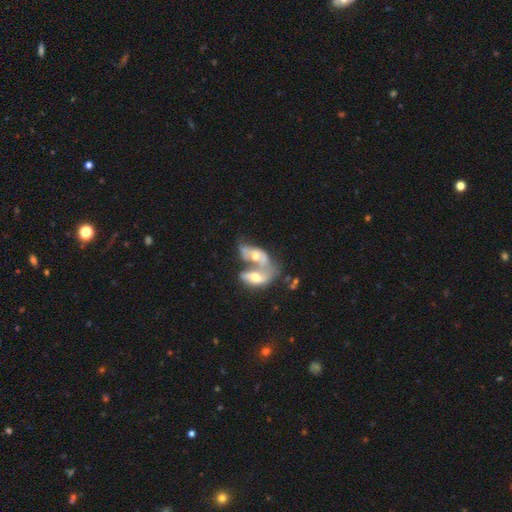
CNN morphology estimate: type=featured or disk (56%); edge-on=no (91%); bar=no (73%); spiral arms=no (53%); bulge=moderate (62%); merging=merger (80%).